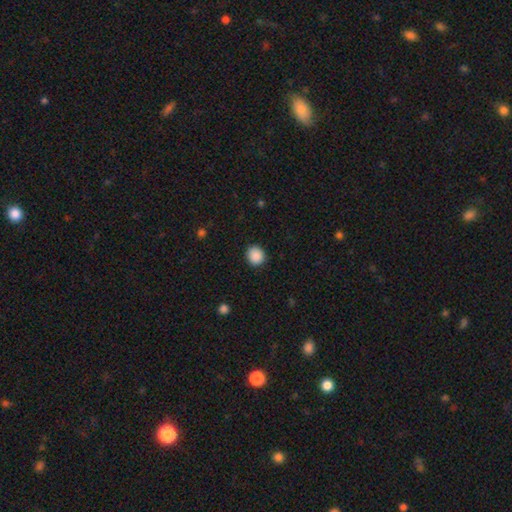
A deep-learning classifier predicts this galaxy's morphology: Overall: smooth (89%). How rounded: round (83%). Merging: none (90%).